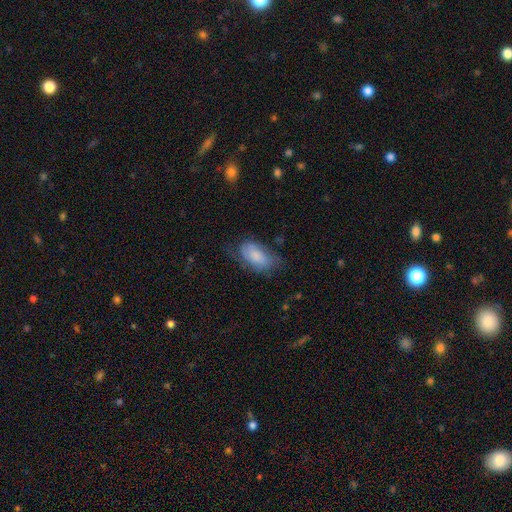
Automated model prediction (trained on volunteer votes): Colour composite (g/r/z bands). It shows a smooth galaxy with no disk features (75%) that is in between round and cigar-shaped (93%). Merging: none (53%).